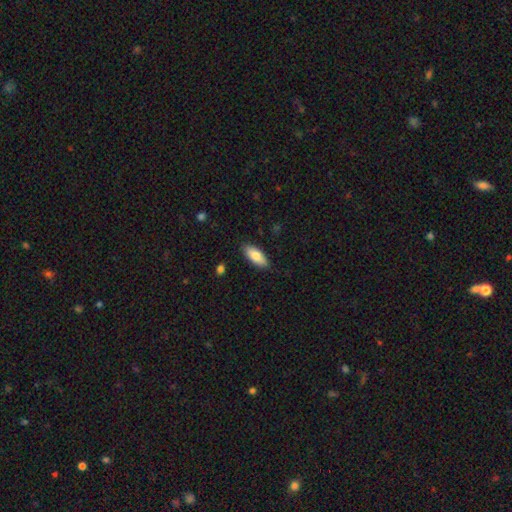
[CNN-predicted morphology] Smooth or featured: smooth — 81% (featured or disk — 13%)
How rounded: in between — 84% (cigar-shaped — 14%)
Merging: none — 87% (minor disturbance — 10%)